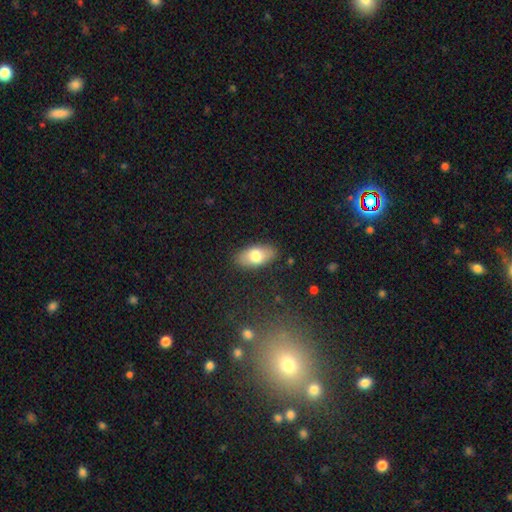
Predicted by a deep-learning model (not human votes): The model was most divided on "smooth or featured": smooth: 76%, featured or disk: 18%, star or artifact: 7%. More confident: how rounded — in between (91%); merging — none (86%).